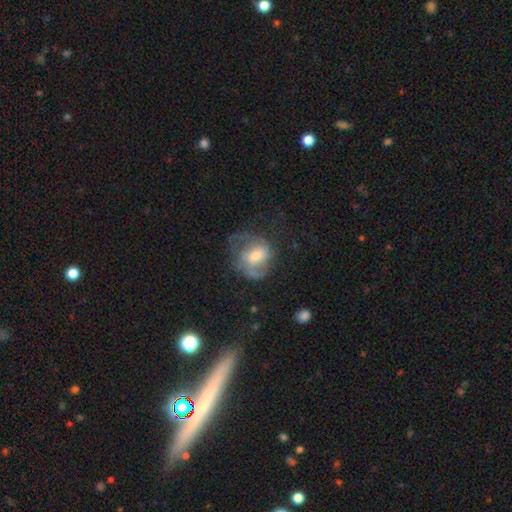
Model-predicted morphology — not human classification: Overall: featured or disk (60%; smooth 32%). Edge-on disk: no (97%). Bar: no (47%; weak 41%). Spiral arms: yes (75%). Bulge size: moderate (56%; small 32%). Merging: none (44%; major disturbance 30%).